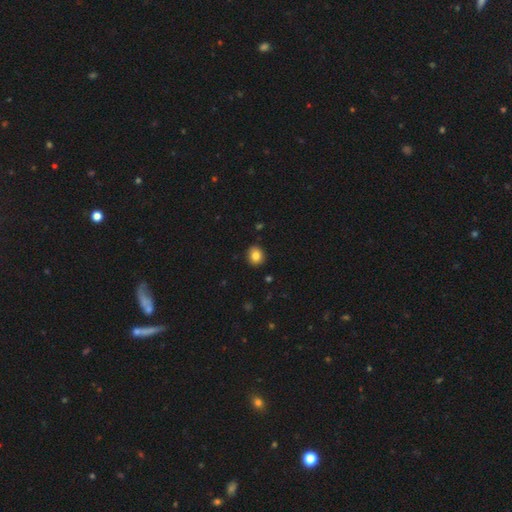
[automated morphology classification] Smooth or featured?
  - smooth: 83% *
  - star or artifact: 10%
  - featured or disk: 7%
How rounded?
  - round: 75% *
  - in between: 25%
  - cigar-shaped: 1%
Merging?
  - none: 90% *
  - minor disturbance: 8%
  - major disturbance: 2%
  - merger: 1%